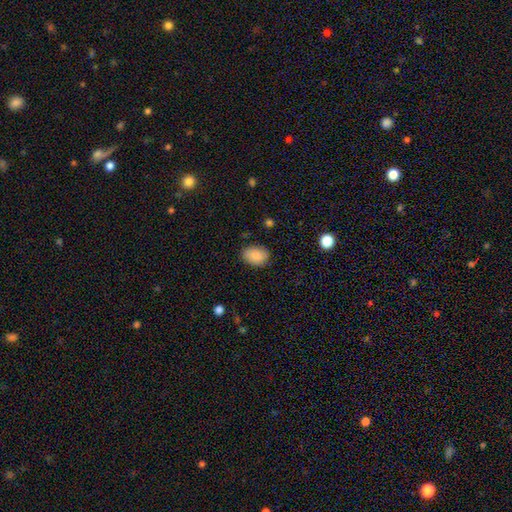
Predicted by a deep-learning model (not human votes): Morphology: type=smooth (87%); roundness=in between (73%); merging=none (83%).